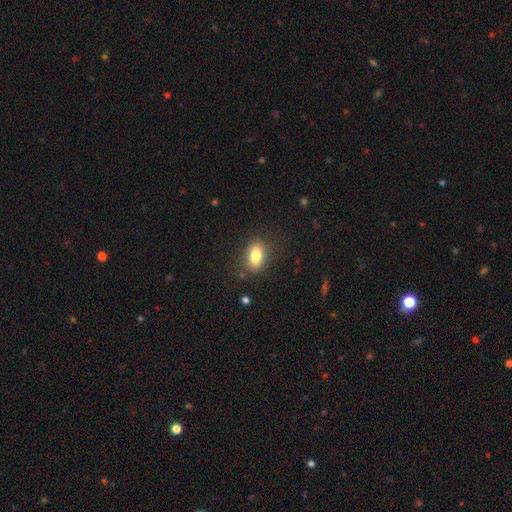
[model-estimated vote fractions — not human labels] Smooth or featured?
  - smooth: 80% *
  - featured or disk: 11%
  - star or artifact: 8%
How rounded?
  - in between: 84% *
  - round: 11%
  - cigar-shaped: 5%
Merging?
  - none: 83% *
  - minor disturbance: 11%
  - major disturbance: 4%
  - merger: 2%